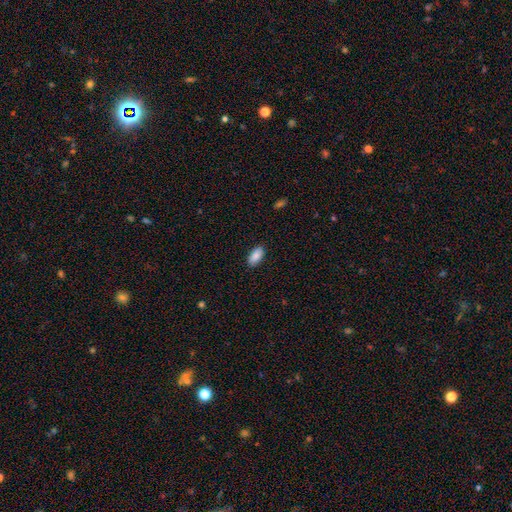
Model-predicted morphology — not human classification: This appears to be a smooth galaxy with no disk features (88%) that is in between round and cigar-shaped (92%). Merging: none (88%).